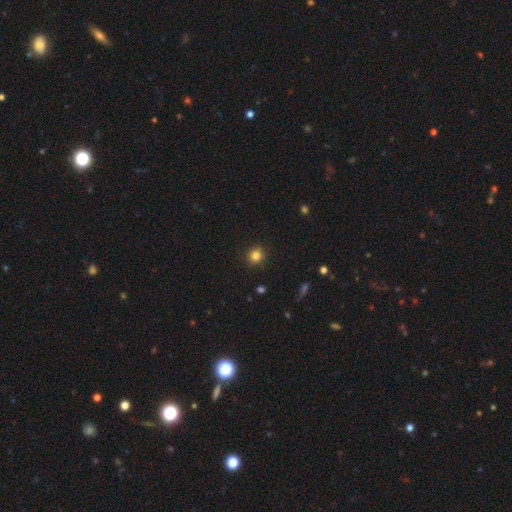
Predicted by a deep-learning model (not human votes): smooth-or-featured: smooth: 82% | star or artifact: 12% | featured or disk: 5%
  how-rounded: round: 87% | in between: 12% | cigar-shaped: 1%
  merging: none: 89% | minor disturbance: 8% | major disturbance: 2% | merger: 1%